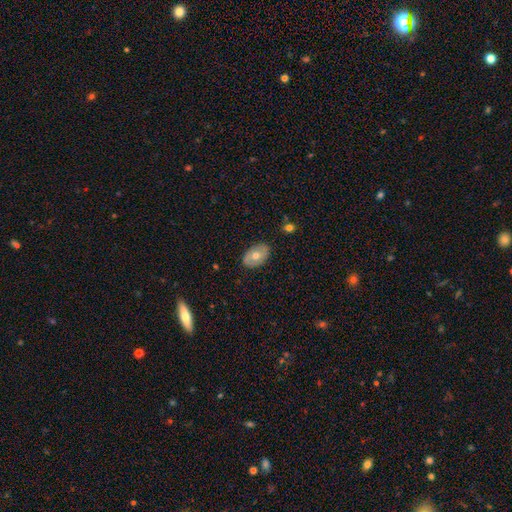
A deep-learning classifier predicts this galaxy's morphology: Smooth or featured? smooth (56%)
How rounded? in between (88%)
Merging? none (85%)